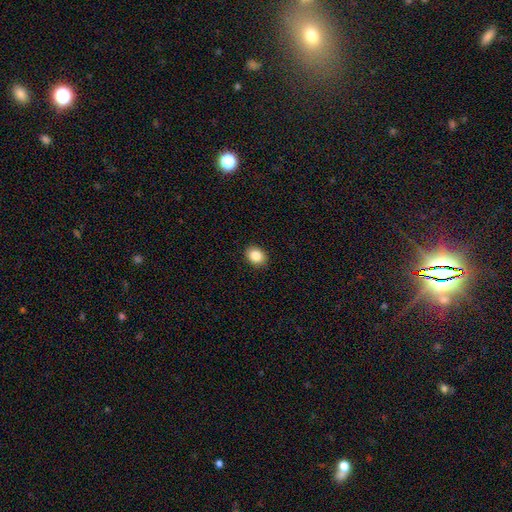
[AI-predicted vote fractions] Smooth or featured: smooth — 86% (star or artifact — 9%)
How rounded: in between — 57% (round — 42%)
Merging: none — 91% (minor disturbance — 6%)